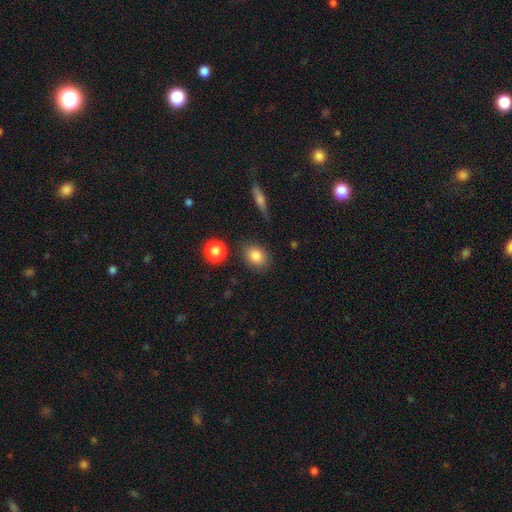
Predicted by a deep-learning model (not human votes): This is clearly a smooth galaxy (84%). How rounded: likely in between (65%). Merging: clearly none (82%).